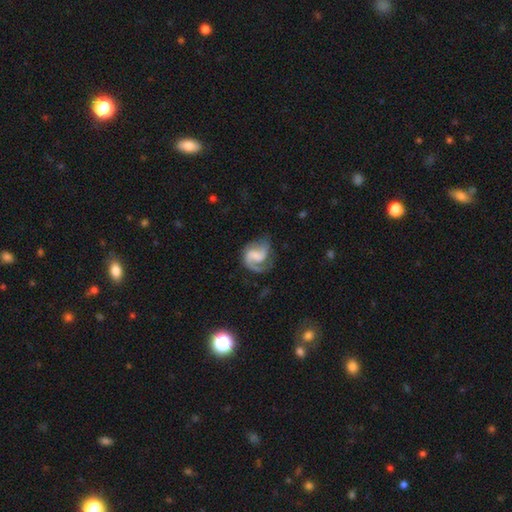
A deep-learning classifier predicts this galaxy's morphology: smooth-or-featured: featured or disk: 80% | smooth: 14% | star or artifact: 6%
  disk-edge-on: no: 98% | yes: 2%
    bar: weak: 45% | no: 37% | strong: 18%
    has-spiral-arms: yes: 95% | no: 5%
      spiral-winding: medium: 48% | loose: 28% | tight: 24%
      spiral-arm-count: 2: 64% | 1: 26% | can't tell: 5% | 3: 3% | 4: 1% | more than 4: 1%
    bulge-size: none: 48% | small: 19% | moderate: 18% | large: 12% | dominant: 2%
  merging: none: 55% | minor disturbance: 22% | major disturbance: 21% | merger: 2%